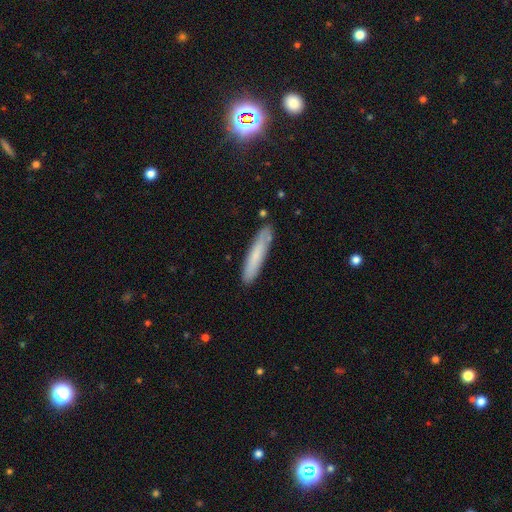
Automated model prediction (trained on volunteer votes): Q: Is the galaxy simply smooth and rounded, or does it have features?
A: smooth — 71%.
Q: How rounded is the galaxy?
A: cigar-shaped — 90%.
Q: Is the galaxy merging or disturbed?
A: none — 84%.